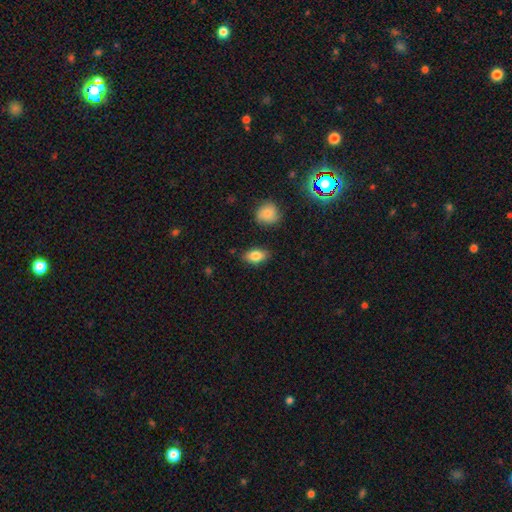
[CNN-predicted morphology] smooth 83%, featured or disk 9%, star or artifact 8%. Down the decision tree: how rounded — in between (88%); merging — none (84%).